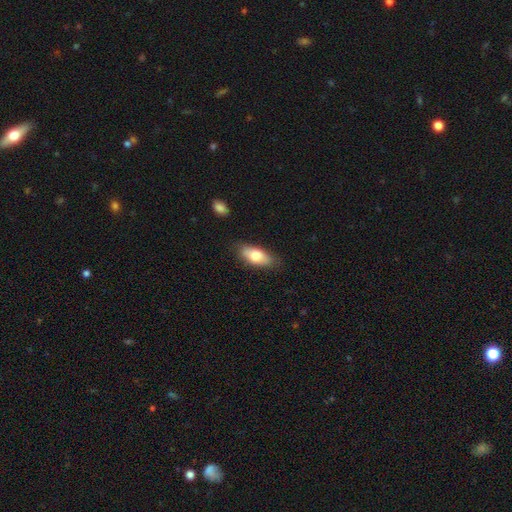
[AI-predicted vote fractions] Smooth or featured: smooth — 77% (featured or disk — 17%)
How rounded: in between — 80% (cigar-shaped — 17%)
Merging: none — 80% (minor disturbance — 15%)